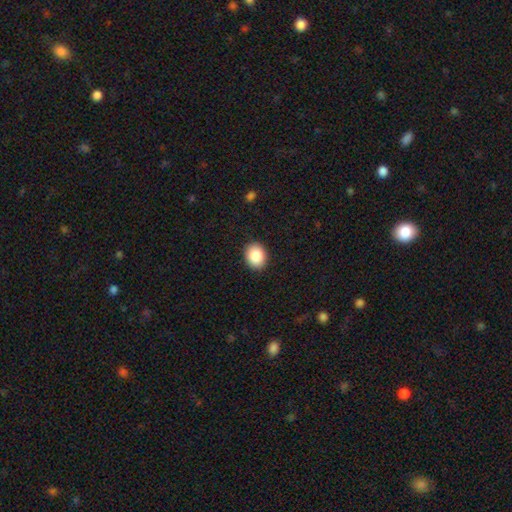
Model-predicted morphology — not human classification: Smooth or featured?
  - smooth: 87% *
  - star or artifact: 8%
  - featured or disk: 5%
How rounded?
  - in between: 51% *
  - round: 48%
  - cigar-shaped: 1%
Merging?
  - none: 91% *
  - minor disturbance: 7%
  - major disturbance: 2%
  - merger: 1%